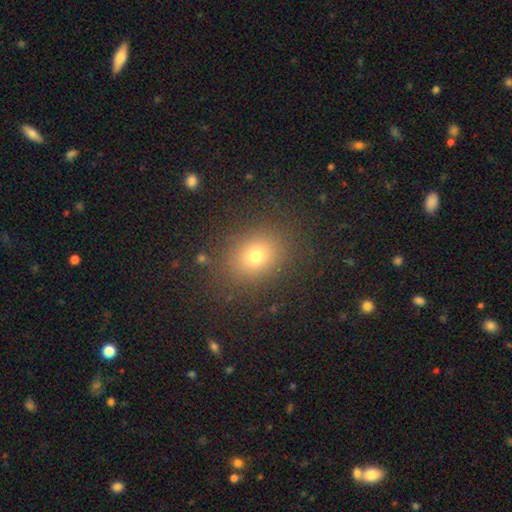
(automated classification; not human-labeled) The model was most divided on "how rounded": round: 55%, in between: 44%, cigar-shaped: 1%. More confident: merging — none (87%); smooth or featured — smooth (72%).